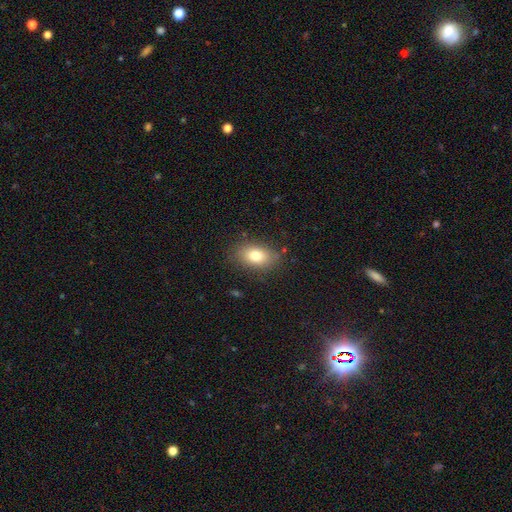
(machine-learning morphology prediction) Overall: smooth (79%). How rounded: in between (85%). Merging: none (82%).